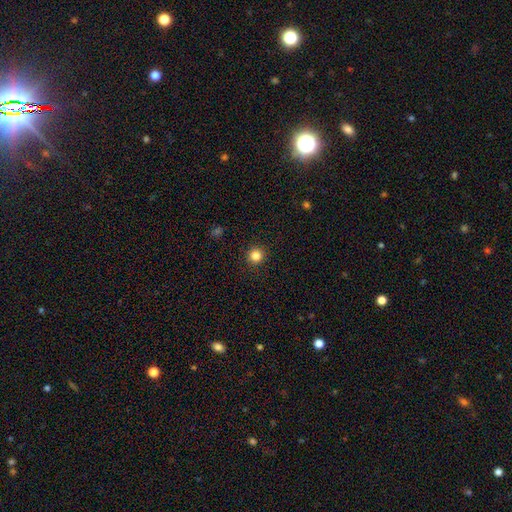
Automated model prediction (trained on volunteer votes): A smooth galaxy with no disk features (84%) that is round (94%).

Vote fractions:
- Smooth or featured? smooth: 84% / star or artifact: 12% / featured or disk: 4%
- How rounded? round: 94% / in between: 5% / cigar-shaped: 1%
- Merging? none: 92% / minor disturbance: 5% / major disturbance: 2% / merger: 1%